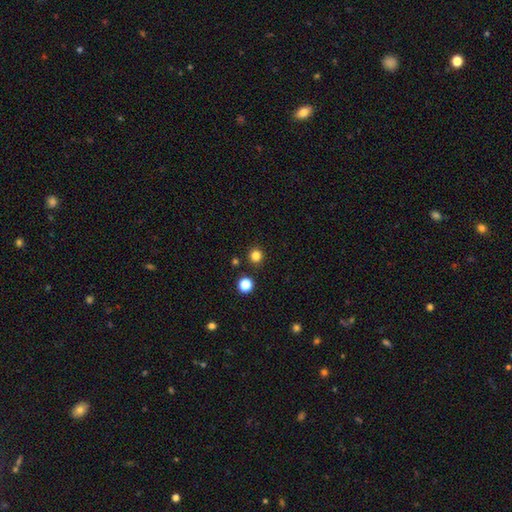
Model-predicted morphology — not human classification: Smooth or featured? Predicted: smooth (p=0.82). How rounded? Predicted: round (p=0.94). Merging? Predicted: none (p=0.90).